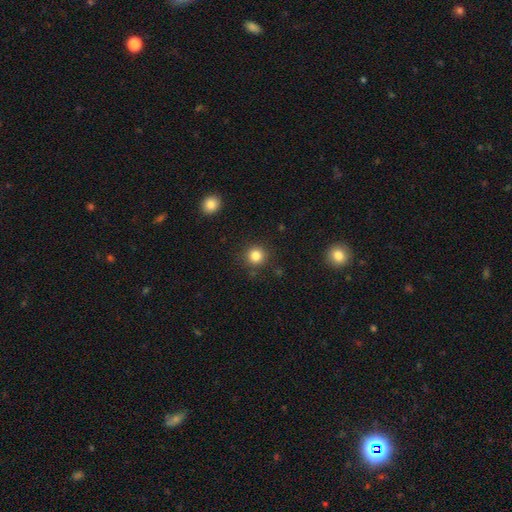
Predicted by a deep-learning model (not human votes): Smooth or featured?
  - smooth: 83% *
  - star or artifact: 12%
  - featured or disk: 5%
How rounded?
  - round: 92% *
  - in between: 7%
  - cigar-shaped: 1%
Merging?
  - none: 88% *
  - minor disturbance: 7%
  - major disturbance: 3%
  - merger: 2%